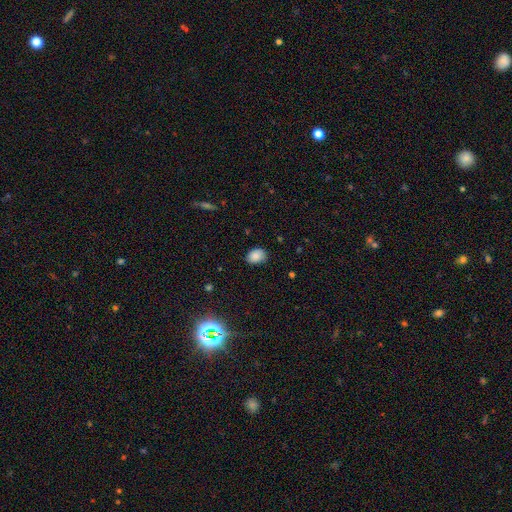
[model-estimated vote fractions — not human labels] A smooth galaxy with no disk features (84%) that is in between round and cigar-shaped (66%).

Vote fractions:
- Smooth or featured? smooth: 84% / star or artifact: 10% / featured or disk: 6%
- How rounded? in between: 66% / round: 33% / cigar-shaped: 1%
- Merging? none: 78% / minor disturbance: 18% / major disturbance: 3% / merger: 1%